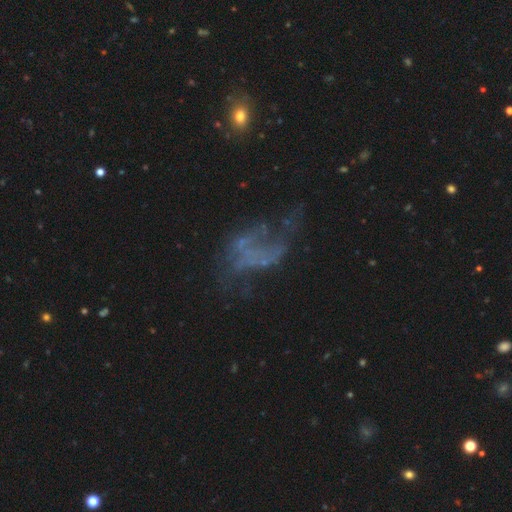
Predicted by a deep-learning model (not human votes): Overall: featured or disk (56%; star or artifact 23%). Edge-on disk: no (97%). Bar: no (88%). Spiral arms: no (79%). Bulge size: none (86%). Merging: major disturbance (45%; none 31%).